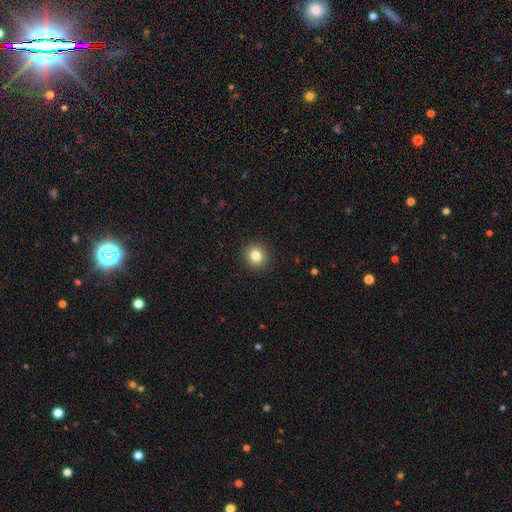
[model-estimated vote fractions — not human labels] The model was most divided on "smooth or featured": smooth: 82%, star or artifact: 11%, featured or disk: 7%. More confident: merging — none (92%); how rounded — round (88%).